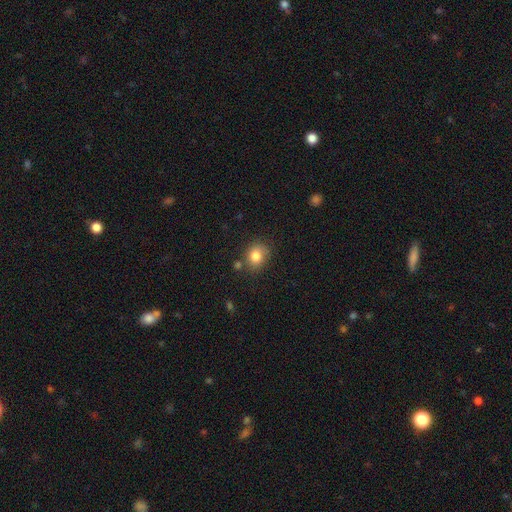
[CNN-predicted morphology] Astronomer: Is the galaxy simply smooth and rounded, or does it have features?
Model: smooth — 81%.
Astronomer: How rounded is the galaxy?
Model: round — 66%.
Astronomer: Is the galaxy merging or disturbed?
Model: none — 71%.